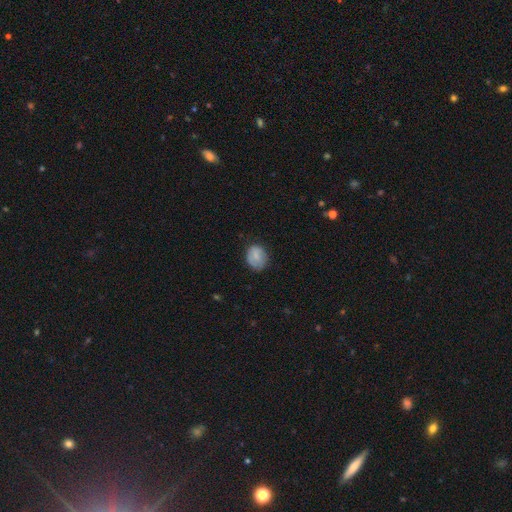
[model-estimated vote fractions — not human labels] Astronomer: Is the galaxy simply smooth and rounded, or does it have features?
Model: smooth — 73%.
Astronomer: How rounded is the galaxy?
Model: round — 50% (runner-up: in between, 48%).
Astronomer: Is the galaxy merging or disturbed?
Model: none — 70%.